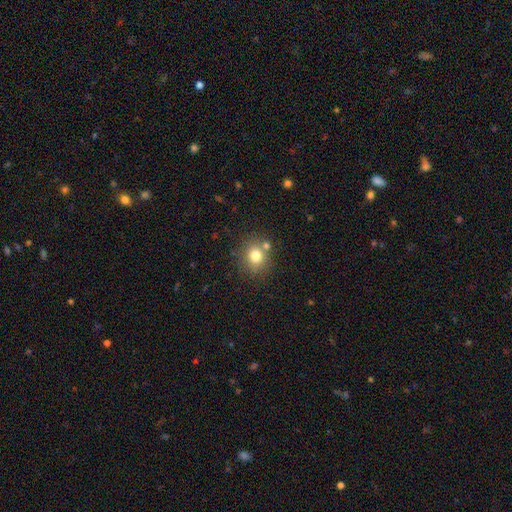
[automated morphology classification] Q: Smooth or featured?
A: smooth (77%); runner-up: star or artifact (13%)
Q: How rounded?
A: round (79%); runner-up: in between (21%)
Q: Merging?
A: none (72%); runner-up: merger (13%)